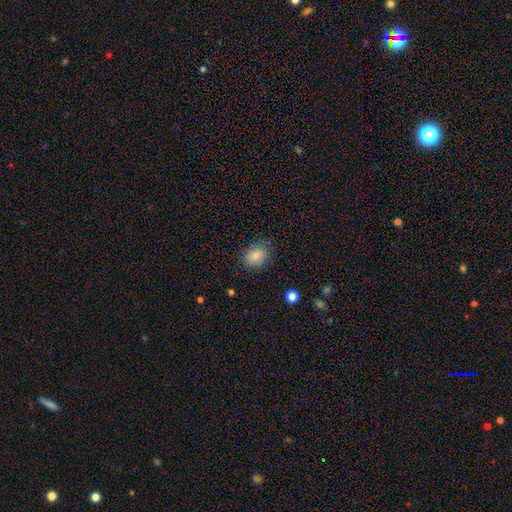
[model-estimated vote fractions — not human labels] Smooth or featured: smooth — 85% (star or artifact — 9%)
How rounded: in between — 55% (round — 44%)
Merging: none — 80% (minor disturbance — 15%)